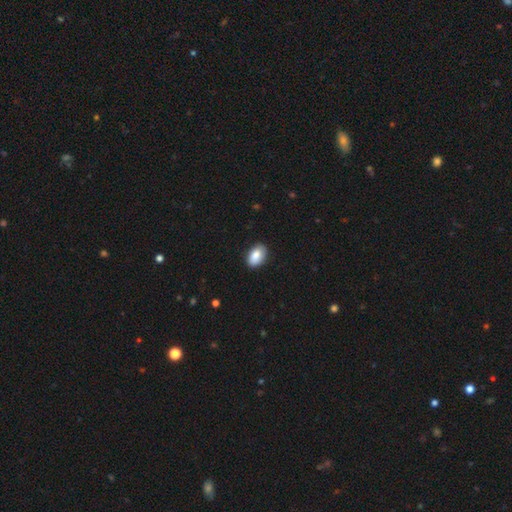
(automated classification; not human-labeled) A smooth galaxy with no disk features (86%) that is in between round and cigar-shaped (90%). Merging: none (85%).